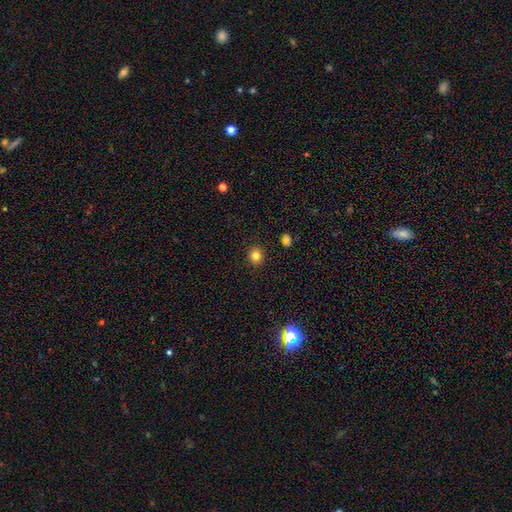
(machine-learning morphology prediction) smooth_or_featured: smooth (p=0.82) [alt: star or artifact p=0.12]
how_rounded: round (p=0.83) [alt: in between p=0.16]
merging: none (p=0.91) [alt: minor disturbance p=0.06]